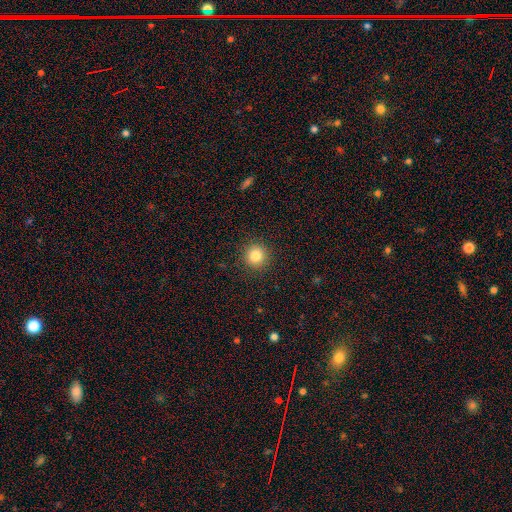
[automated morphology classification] A smooth galaxy with no disk features (83%) that is round (94%). Merging: none (92%).